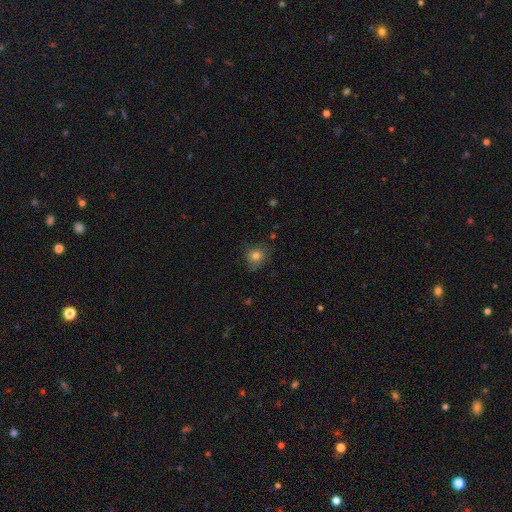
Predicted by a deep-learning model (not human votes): smooth_or_featured: smooth (p=0.78) [alt: star or artifact p=0.12]
how_rounded: round (p=0.73) [alt: in between p=0.26]
merging: none (p=0.69) [alt: minor disturbance p=0.23]